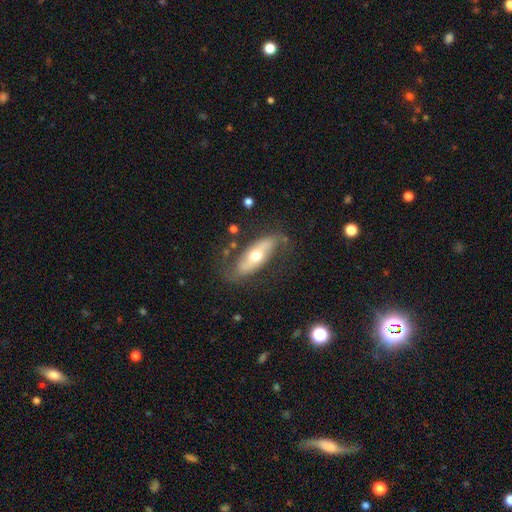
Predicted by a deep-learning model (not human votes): This is possibly a featured or disk galaxy (57%). It is likely not viewed edge-on (69%). Merging: likely none (67%).